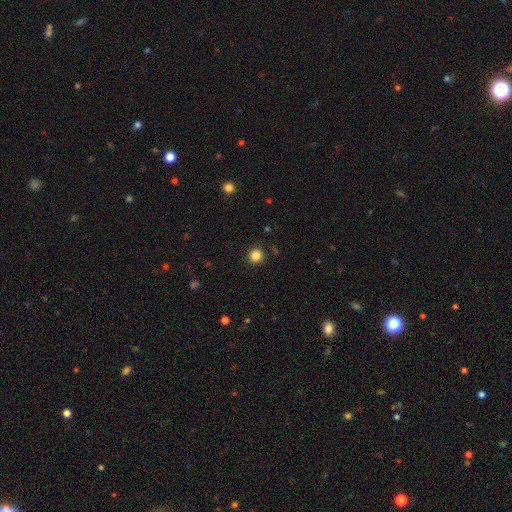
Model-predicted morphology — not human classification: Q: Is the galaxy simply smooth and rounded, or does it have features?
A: smooth — 84%.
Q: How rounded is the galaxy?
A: round — 95%.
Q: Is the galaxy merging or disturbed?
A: none — 92%.